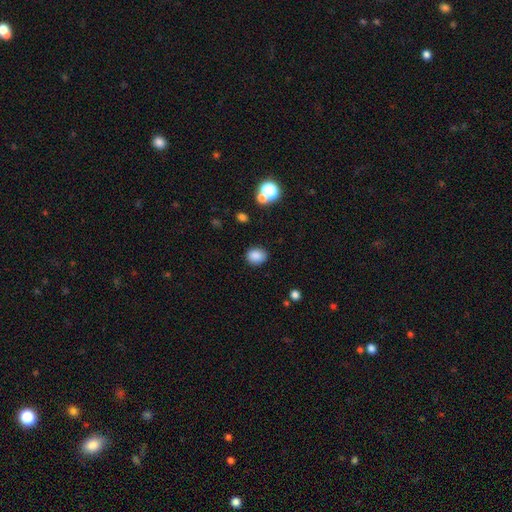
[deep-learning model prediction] Q: Smooth or featured?
A: smooth (85%); runner-up: star or artifact (11%)
Q: How rounded?
A: round (57%); runner-up: in between (42%)
Q: Merging?
A: none (85%); runner-up: minor disturbance (10%)